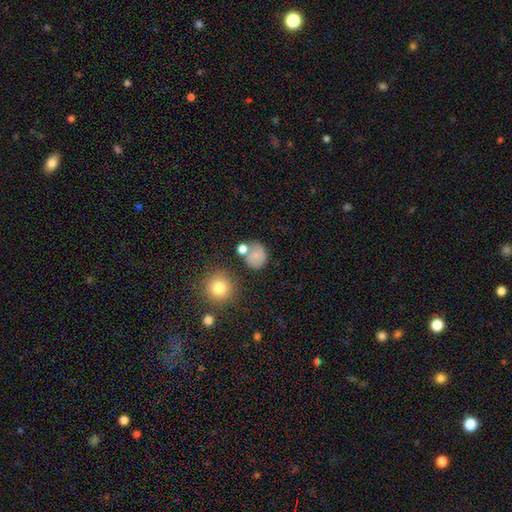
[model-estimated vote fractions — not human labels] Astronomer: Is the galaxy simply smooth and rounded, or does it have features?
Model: smooth — 73%.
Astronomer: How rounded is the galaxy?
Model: round — 81%.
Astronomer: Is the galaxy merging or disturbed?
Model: none — 59%.